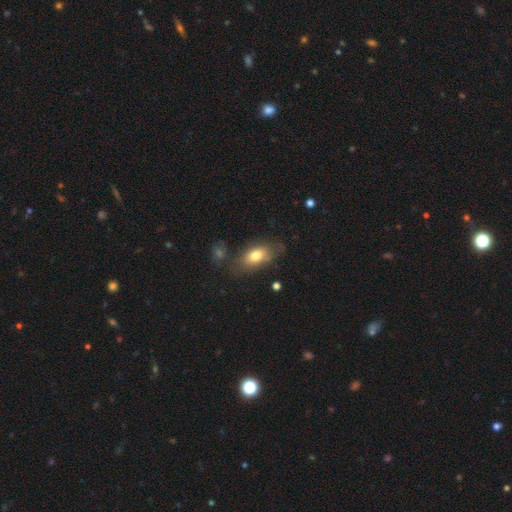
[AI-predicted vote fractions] Morphology: type=smooth (74%); roundness=in between (87%); merging=none (64%).